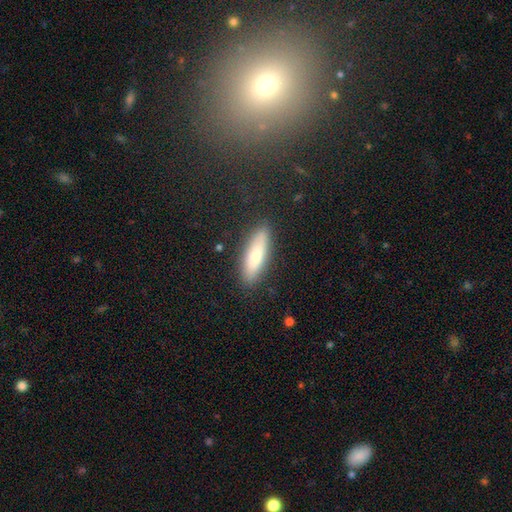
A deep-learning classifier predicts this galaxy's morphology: Overall: smooth (79%). How rounded: cigar-shaped (62%; in between 36%). Merging: none (88%).